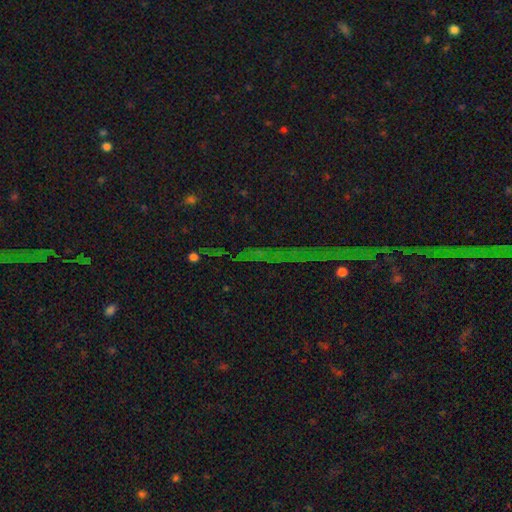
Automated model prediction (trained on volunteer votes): Smooth or featured?
  - star or artifact: 80% *
  - featured or disk: 11%
  - smooth: 10%